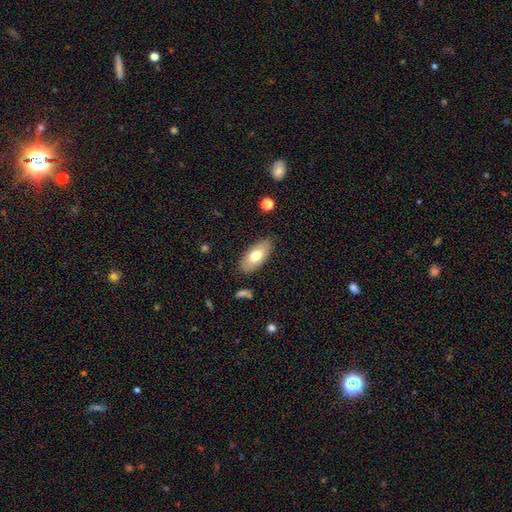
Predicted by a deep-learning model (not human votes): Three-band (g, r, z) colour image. It shows a smooth galaxy with no disk features (72%) that is in between round and cigar-shaped (89%). Merging: none (84%).